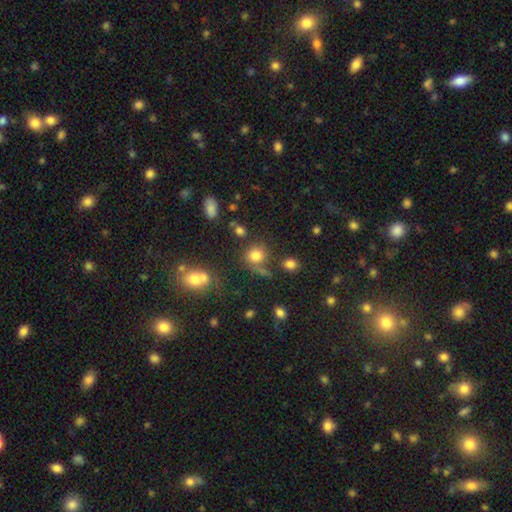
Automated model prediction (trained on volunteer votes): smooth-or-featured: smooth: 76% | star or artifact: 15% | featured or disk: 9%
  how-rounded: round: 83% | in between: 15% | cigar-shaped: 1%
  merging: none: 67% | merger: 14% | minor disturbance: 13% | major disturbance: 6%